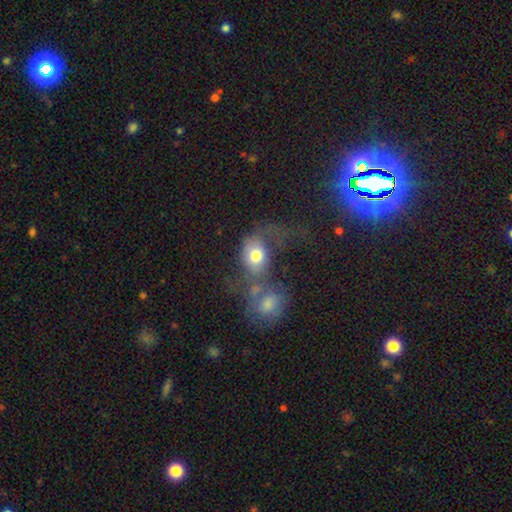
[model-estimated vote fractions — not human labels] Smooth or featured: smooth — 67% (featured or disk — 22%)
How rounded: in between — 58% (round — 41%)
Merging: merger — 46% (major disturbance — 22%)